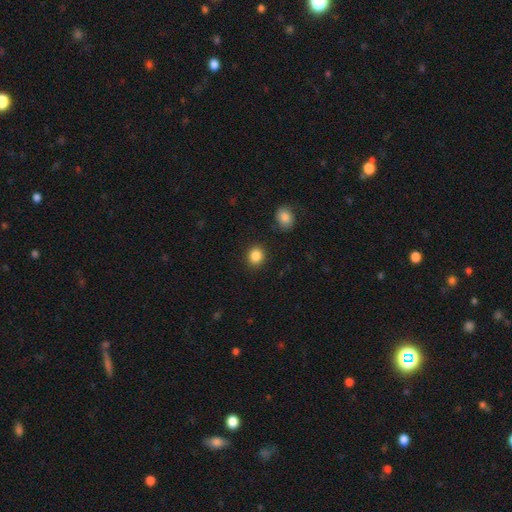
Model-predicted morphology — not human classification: type=smooth (87%); roundness=round (80%); merging=none (89%).